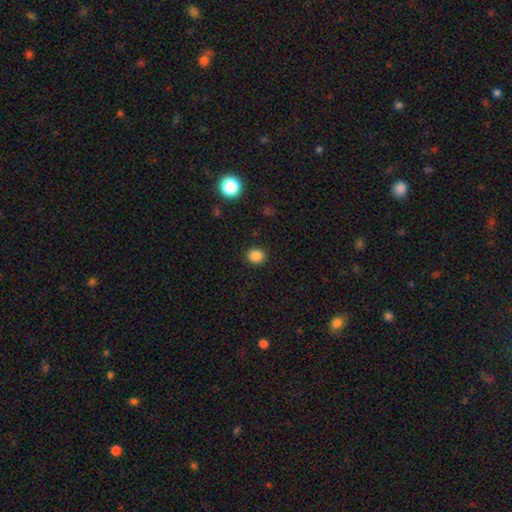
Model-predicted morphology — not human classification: type=smooth (85%); roundness=round (78%); merging=none (90%).